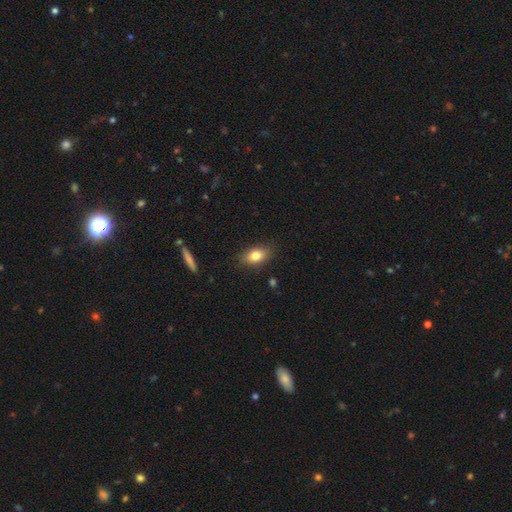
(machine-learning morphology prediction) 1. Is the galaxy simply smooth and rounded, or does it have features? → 78% smooth, 13% featured or disk, 9% star or artifact.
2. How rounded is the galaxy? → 81% in between, 13% round, 6% cigar-shaped.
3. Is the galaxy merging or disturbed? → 83% none, 13% minor disturbance, 3% major disturbance, 1% merger.